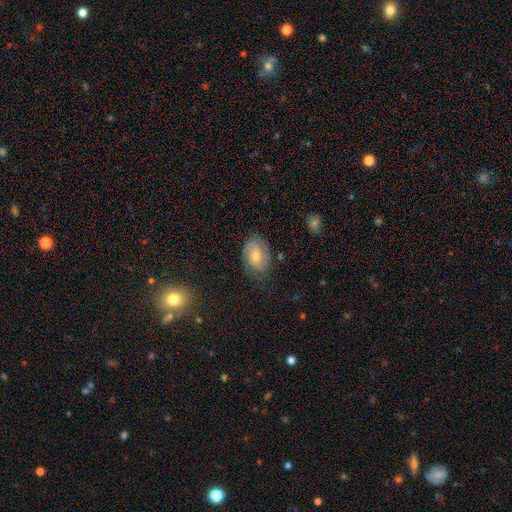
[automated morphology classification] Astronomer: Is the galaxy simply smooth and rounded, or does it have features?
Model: featured or disk — 54% (runner-up: smooth, 38%).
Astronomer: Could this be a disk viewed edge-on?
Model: no — 96%.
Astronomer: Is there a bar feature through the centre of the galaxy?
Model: no — 59% (runner-up: weak, 35%).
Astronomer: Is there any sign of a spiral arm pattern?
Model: yes — 87%.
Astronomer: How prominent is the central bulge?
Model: moderate — 48% (runner-up: small, 44%).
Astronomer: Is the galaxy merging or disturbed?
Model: none — 66%.